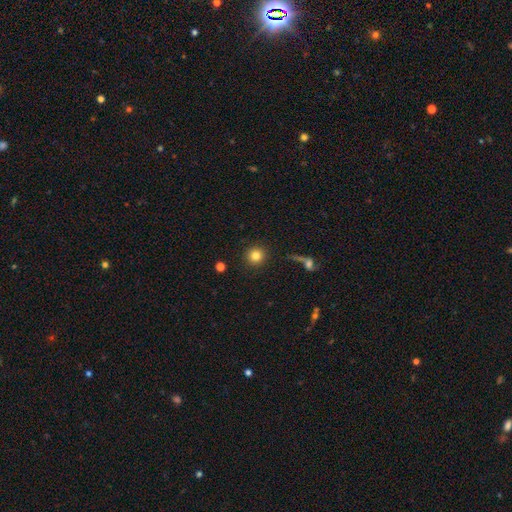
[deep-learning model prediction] smooth-or-featured: smooth: 83% | star or artifact: 11% | featured or disk: 6%
  how-rounded: round: 94% | in between: 5% | cigar-shaped: 1%
  merging: none: 90% | minor disturbance: 5% | major disturbance: 3% | merger: 2%